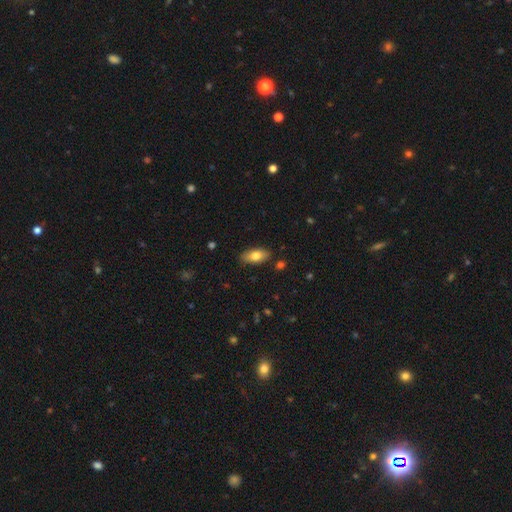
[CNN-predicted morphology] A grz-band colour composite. It shows a smooth galaxy with no disk features (77%) that is in between round and cigar-shaped (87%). Merging: none (86%).